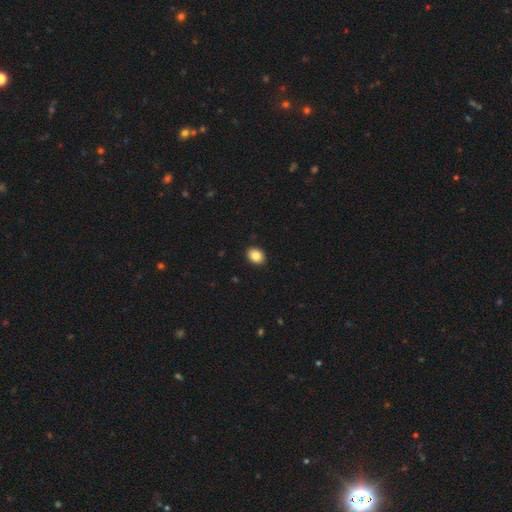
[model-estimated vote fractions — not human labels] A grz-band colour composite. It shows a smooth galaxy with no disk features (87%) that is in between round and cigar-shaped (61%). Merging: none (92%).